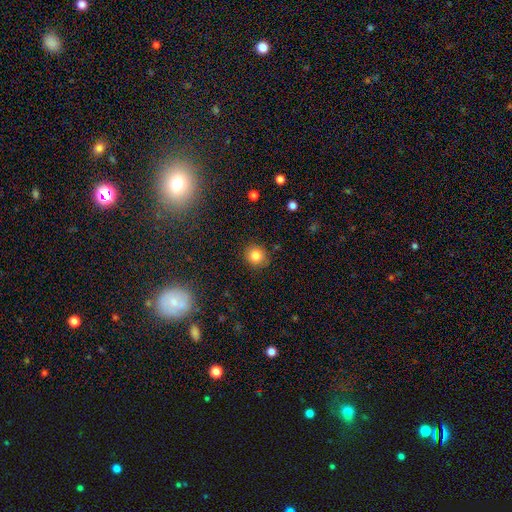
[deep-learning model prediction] A smooth galaxy with no disk features (82%) that is round (90%). Merging: none (88%).